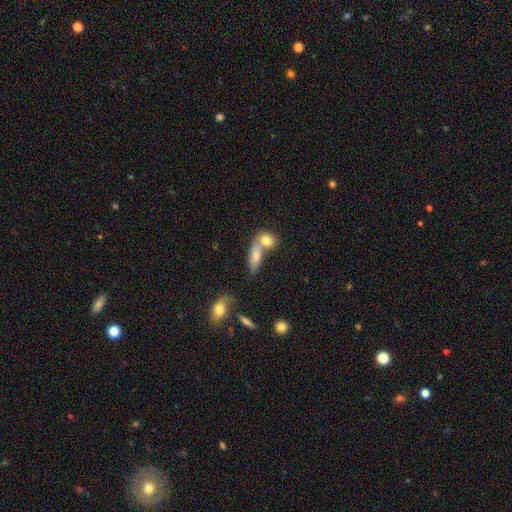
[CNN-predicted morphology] Smooth or featured: smooth — 73% (featured or disk — 19%)
How rounded: in between — 67% (cigar-shaped — 21%)
Merging: merger — 51% (none — 34%)